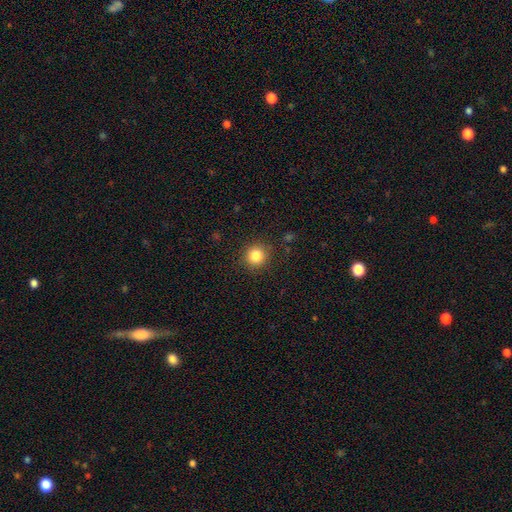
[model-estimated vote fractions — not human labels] Smooth or featured? smooth (84%)
How rounded? round (92%)
Merging? none (89%)